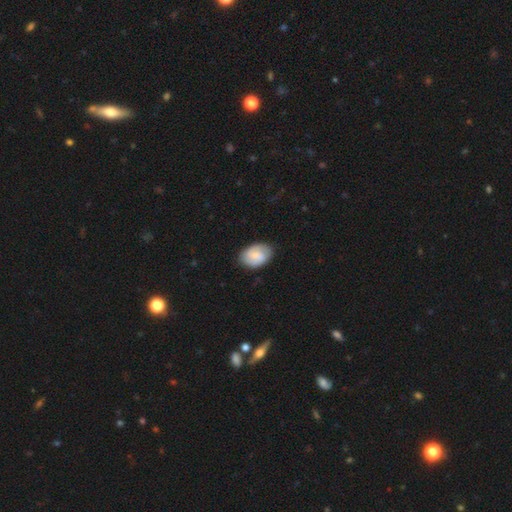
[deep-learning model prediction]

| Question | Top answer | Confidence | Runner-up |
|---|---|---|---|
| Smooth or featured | smooth | 60% | featured or disk (34%) |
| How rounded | in between | 81% | round (18%) |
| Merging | none | 83% | minor disturbance (13%) |